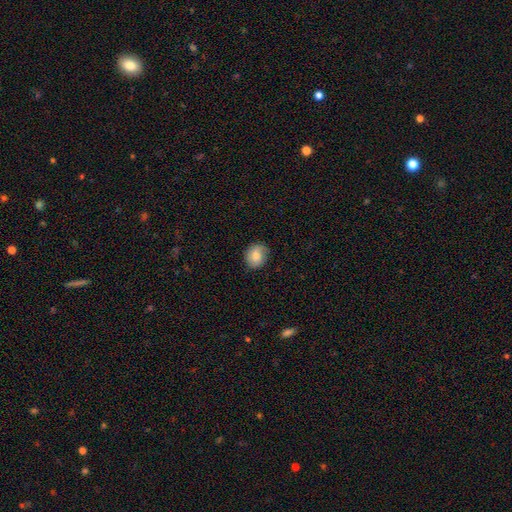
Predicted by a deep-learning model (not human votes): A smooth galaxy with no disk features (74%) that is round (72%).

Vote fractions:
- Smooth or featured? smooth: 74% / featured or disk: 19% / star or artifact: 8%
- How rounded? round: 72% / in between: 27% / cigar-shaped: 1%
- Merging? none: 76% / minor disturbance: 18% / major disturbance: 4% / merger: 1%